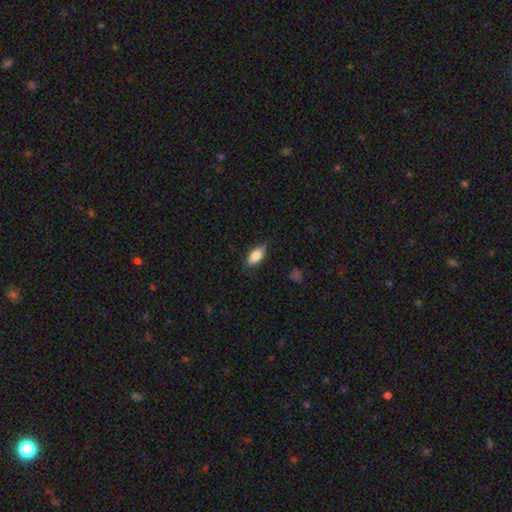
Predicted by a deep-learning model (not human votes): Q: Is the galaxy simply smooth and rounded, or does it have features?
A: smooth — 80%.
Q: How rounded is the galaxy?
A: in between — 85%.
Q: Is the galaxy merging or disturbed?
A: none — 77%.